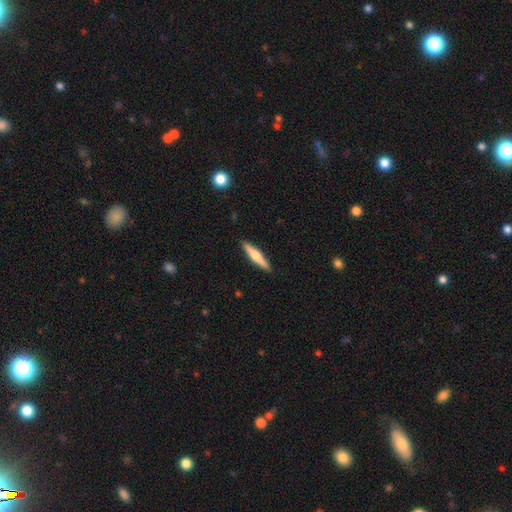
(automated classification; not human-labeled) smooth 53%, featured or disk 41%, star or artifact 5%. Down the decision tree: how rounded — cigar-shaped (88%); merging — none (91%).